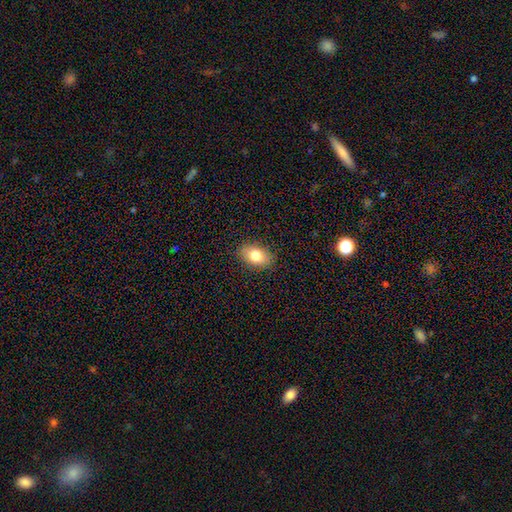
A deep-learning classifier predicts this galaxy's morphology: Smooth or featured? smooth (80%)
How rounded? in between (84%)
Merging? none (87%)